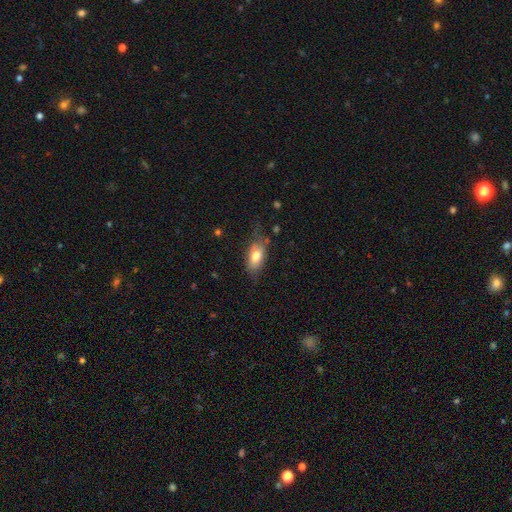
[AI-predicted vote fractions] This appears to be a smooth galaxy with no disk features (75%) that is in between round and cigar-shaped (87%). Merging: none (63%).